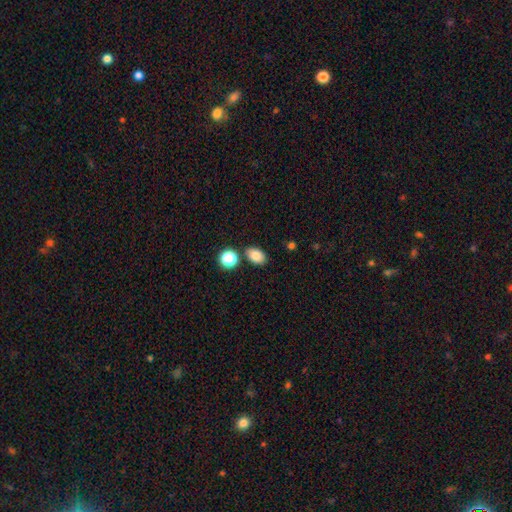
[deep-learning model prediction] A smooth galaxy with no disk features (83%) that is in between round and cigar-shaped (81%).

Vote fractions:
- Smooth or featured? smooth: 83% / star or artifact: 11% / featured or disk: 7%
- How rounded? in between: 81% / round: 18% / cigar-shaped: 1%
- Merging? none: 80% / minor disturbance: 10% / merger: 7% / major disturbance: 3%